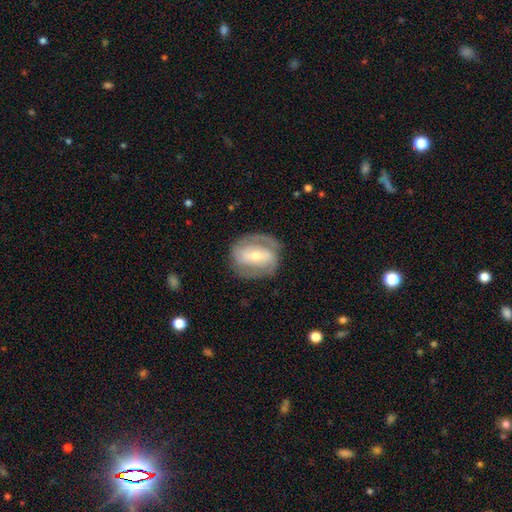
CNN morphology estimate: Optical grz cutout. It shows a featured or disk galaxy (80%) with a strong bar (48%), 2 (78%) tight (47%) spiral arms (85%) and a moderate central bulge (47%, tied with small). Merging: none (77%).